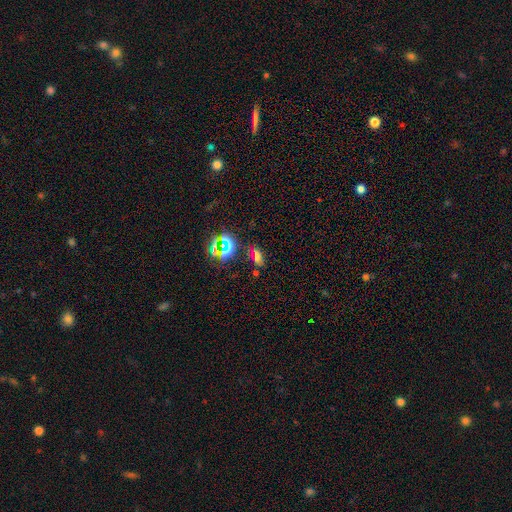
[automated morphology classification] type=smooth (56%); roundness=in between (83%); merging=none (74%).